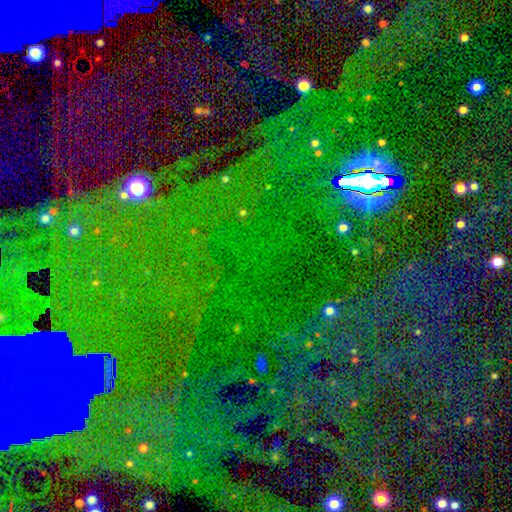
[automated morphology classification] Smooth or featured?
  - star or artifact: 80% *
  - smooth: 11%
  - featured or disk: 9%